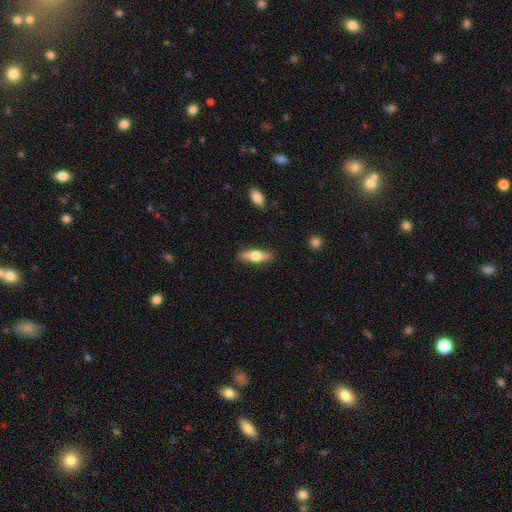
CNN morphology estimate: This is possibly a smooth galaxy (56%). How rounded: possibly in between (54%). Merging: clearly none (87%).